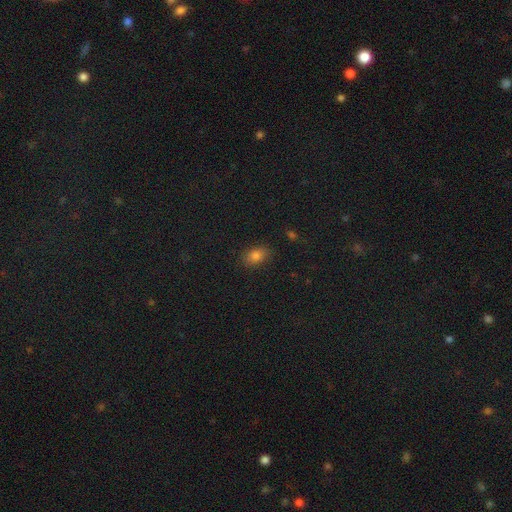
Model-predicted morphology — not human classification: A smooth galaxy with no disk features (81%) that is in between round and cigar-shaped (80%).

Vote fractions:
- Smooth or featured? smooth: 81% / star or artifact: 13% / featured or disk: 7%
- How rounded? in between: 80% / round: 18% / cigar-shaped: 2%
- Merging? none: 84% / minor disturbance: 12% / major disturbance: 3% / merger: 1%